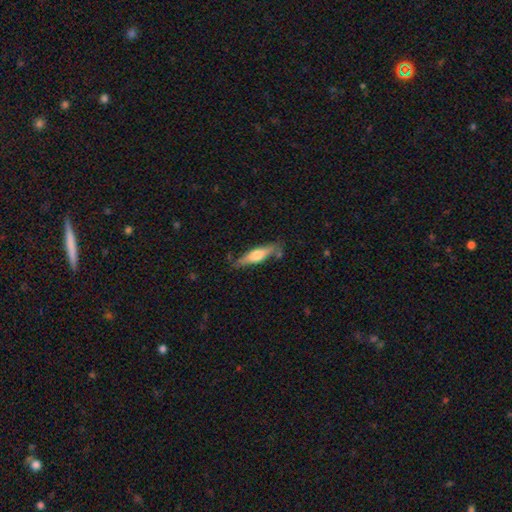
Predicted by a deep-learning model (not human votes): A featured or disk galaxy (49%). Merging: none (77%).